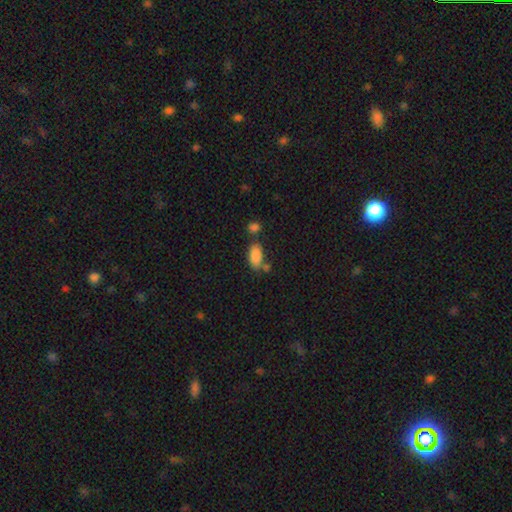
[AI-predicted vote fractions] This is clearly a smooth galaxy (87%). How rounded: clearly in between (91%). Merging: possibly none (58%).